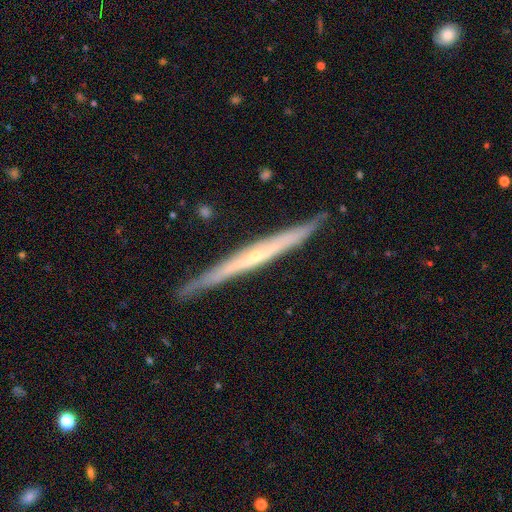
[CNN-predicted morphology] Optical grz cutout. It shows a featured or disk galaxy (76%) viewed edge-on (96%) with a rounded central bulge (53%). Merging: none (88%).